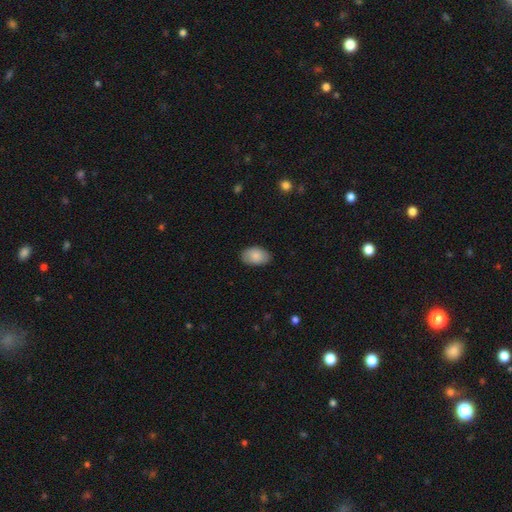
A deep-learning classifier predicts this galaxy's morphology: A smooth galaxy with no disk features (86%) that is in between round and cigar-shaped (91%). Merging: none (84%).